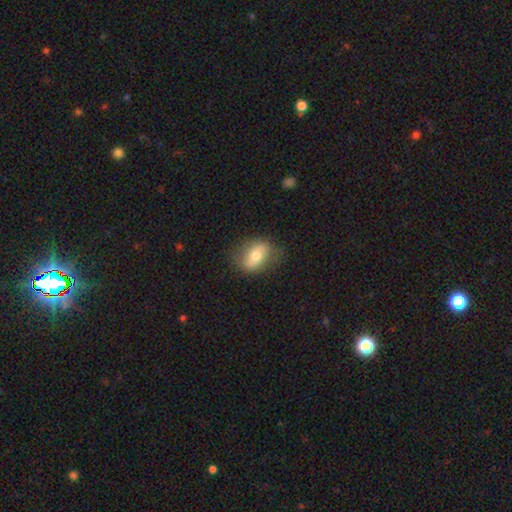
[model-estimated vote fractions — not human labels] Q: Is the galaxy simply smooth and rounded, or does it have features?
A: smooth — 58%.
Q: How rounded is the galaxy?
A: in between — 76%.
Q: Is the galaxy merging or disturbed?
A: none — 76%.